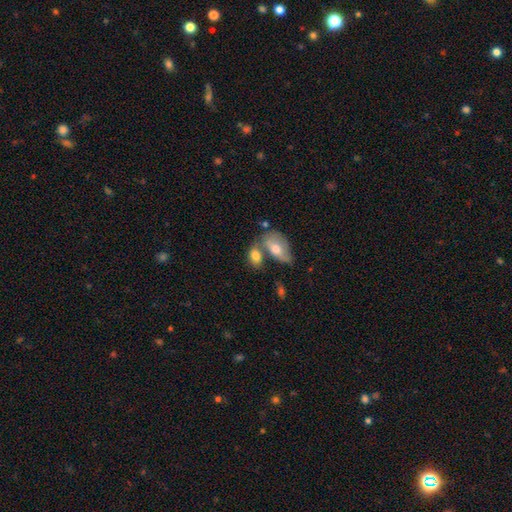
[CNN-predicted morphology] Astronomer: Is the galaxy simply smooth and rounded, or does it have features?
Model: smooth — 75%.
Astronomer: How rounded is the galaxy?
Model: in between — 86%.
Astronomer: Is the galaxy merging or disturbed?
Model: merger — 47% (runner-up: none, 36%).